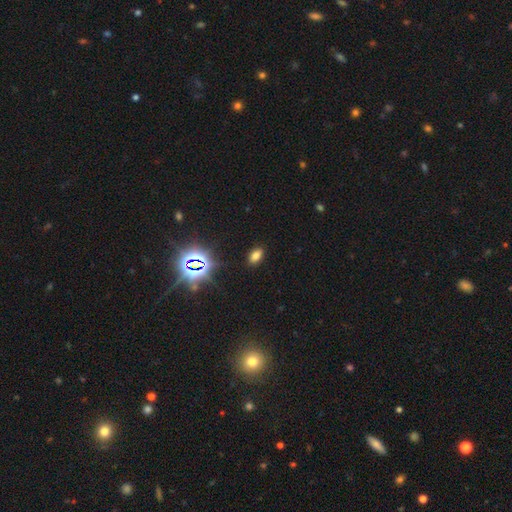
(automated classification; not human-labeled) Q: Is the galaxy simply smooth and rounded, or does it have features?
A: smooth — 68%.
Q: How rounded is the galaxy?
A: in between — 89%.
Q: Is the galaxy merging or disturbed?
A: none — 88%.